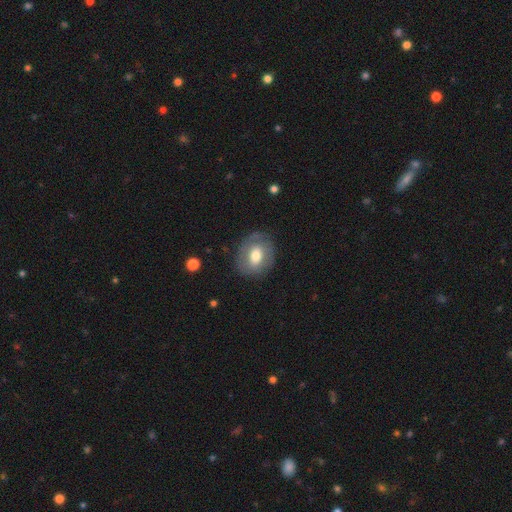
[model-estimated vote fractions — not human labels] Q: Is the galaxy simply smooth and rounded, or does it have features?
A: smooth — 61%.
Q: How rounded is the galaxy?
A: in between — 50%.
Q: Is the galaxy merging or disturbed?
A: none — 79%.